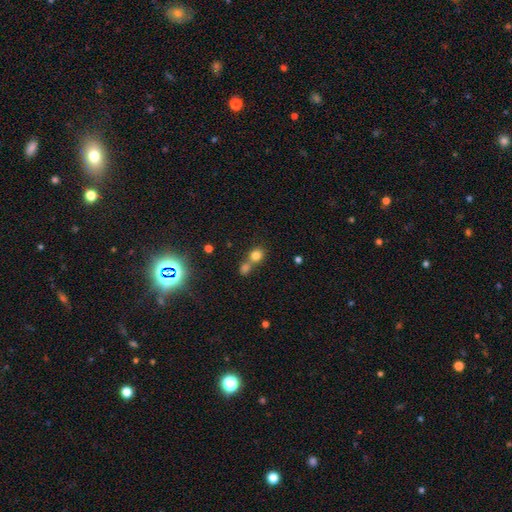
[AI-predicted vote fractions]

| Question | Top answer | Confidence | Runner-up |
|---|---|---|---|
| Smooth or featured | smooth | 78% | star or artifact (13%) |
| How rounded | round | 75% | in between (24%) |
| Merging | merger | 50% | none (39%) |